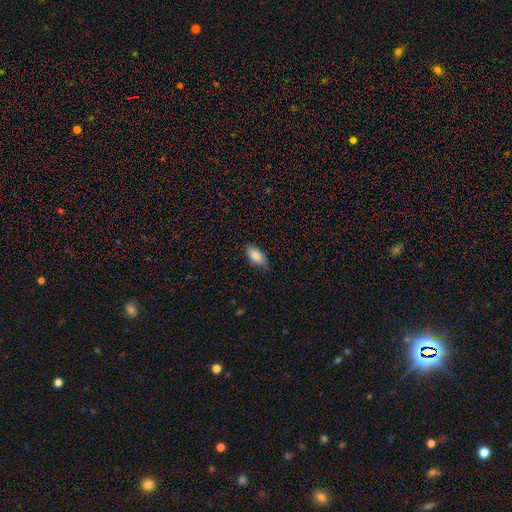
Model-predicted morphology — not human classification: smooth-or-featured: smooth: 86% | featured or disk: 8% | star or artifact: 6%
  how-rounded: in between: 88% | cigar-shaped: 9% | round: 2%
  merging: none: 74% | minor disturbance: 22% | major disturbance: 3% | merger: 1%